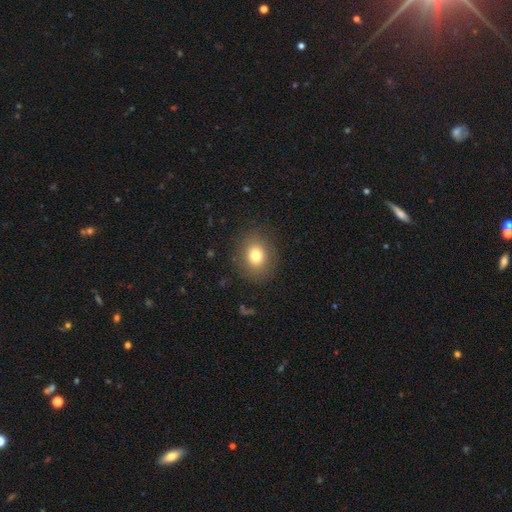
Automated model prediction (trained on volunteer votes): Smooth or featured: smooth — 78% (star or artifact — 12%)
How rounded: round — 61% (in between — 38%)
Merging: none — 87% (minor disturbance — 8%)